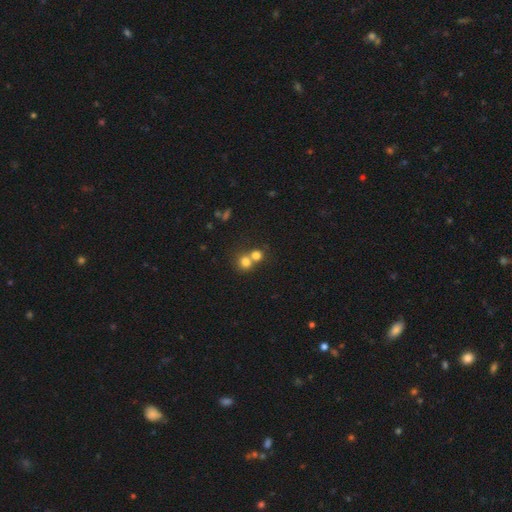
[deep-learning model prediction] This is likely a smooth galaxy (76%). How rounded: clearly round (84%). Merging: possibly merger (52%).